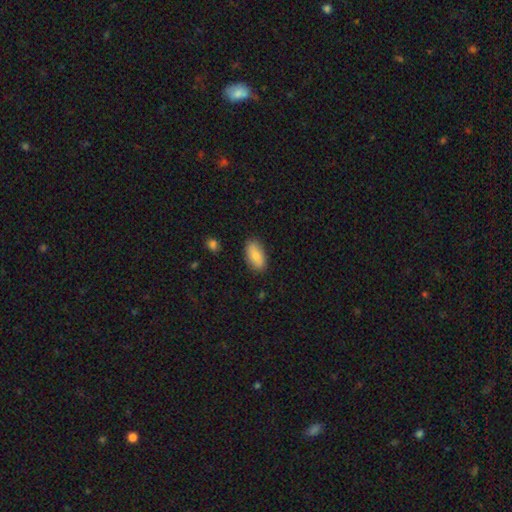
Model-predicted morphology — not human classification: This is clearly a smooth galaxy (82%). How rounded: clearly in between (91%). Merging: clearly none (86%).